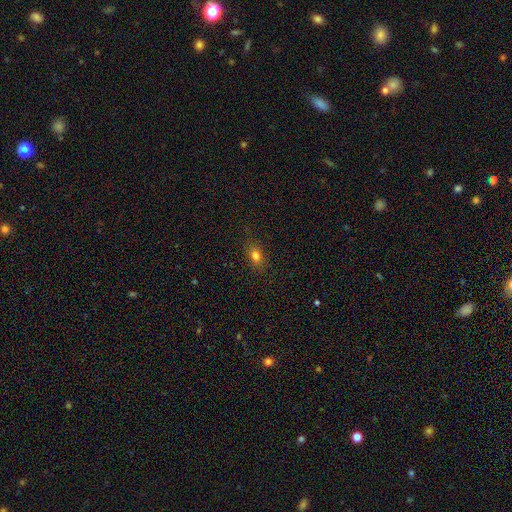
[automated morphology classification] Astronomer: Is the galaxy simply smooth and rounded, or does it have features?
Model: smooth — 79%.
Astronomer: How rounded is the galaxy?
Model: in between — 69%.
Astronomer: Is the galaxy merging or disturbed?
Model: none — 83%.